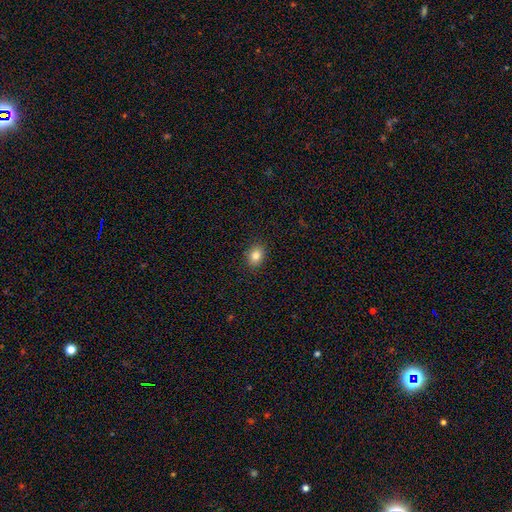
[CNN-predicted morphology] A smooth galaxy with no disk features (82%) that is in between round and cigar-shaped (54%). Merging: none (90%).